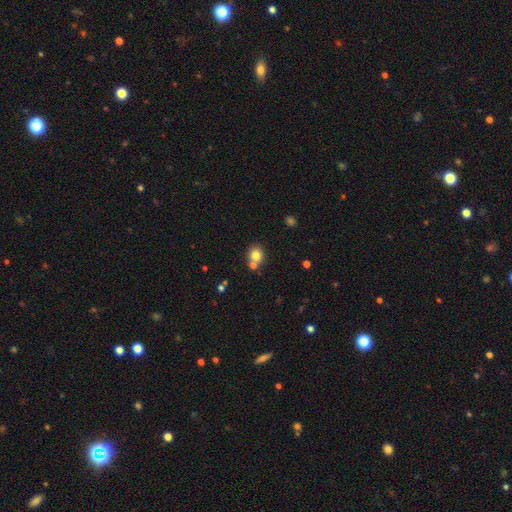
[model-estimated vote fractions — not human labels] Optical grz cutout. It shows a smooth galaxy with no disk features (79%) that is round (80%). Merging: none (61%).